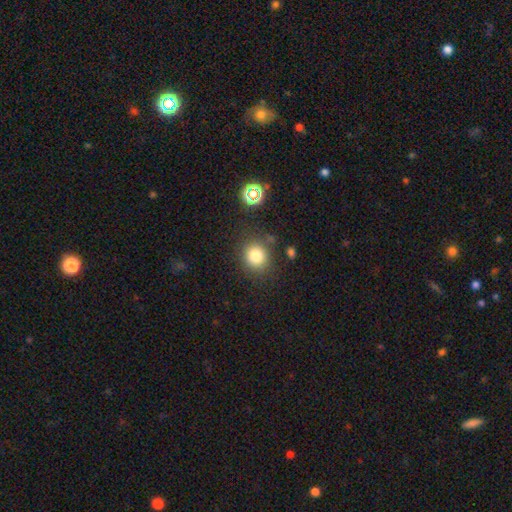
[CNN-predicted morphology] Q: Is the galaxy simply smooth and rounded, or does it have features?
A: smooth — 80%.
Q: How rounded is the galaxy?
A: round — 85%.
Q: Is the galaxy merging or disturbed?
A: none — 81%.